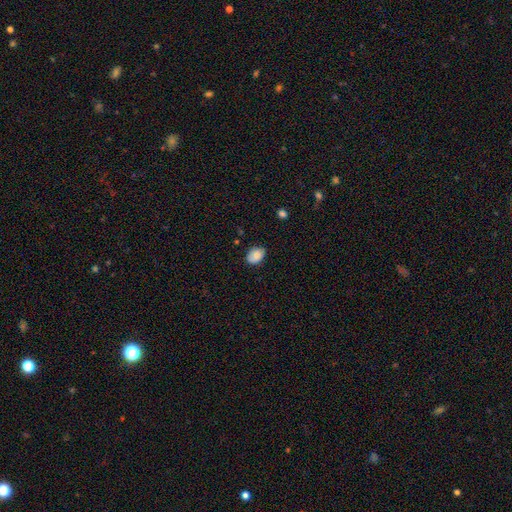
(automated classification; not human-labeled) The model was most divided on "how rounded": in between: 72%, round: 27%, cigar-shaped: 1%. More confident: smooth or featured — smooth (84%); merging — none (78%).